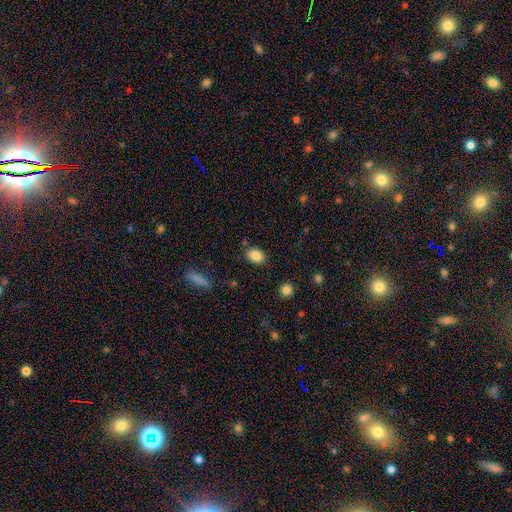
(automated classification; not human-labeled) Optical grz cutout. It shows a smooth galaxy with no disk features (85%) that is in between round and cigar-shaped (72%). Merging: none (82%).